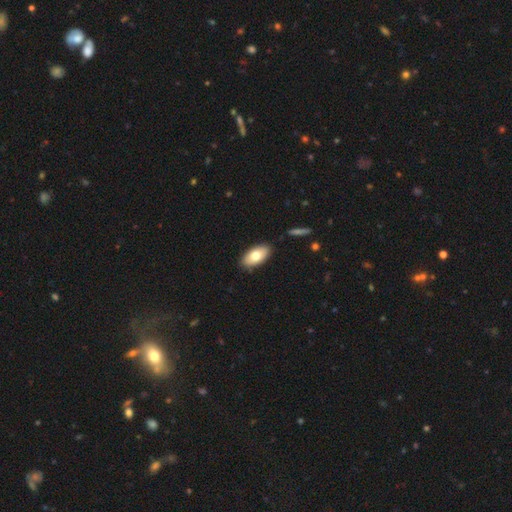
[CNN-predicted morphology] Smooth or featured: smooth — 75% (featured or disk — 18%)
How rounded: in between — 93% (cigar-shaped — 4%)
Merging: none — 87% (minor disturbance — 9%)